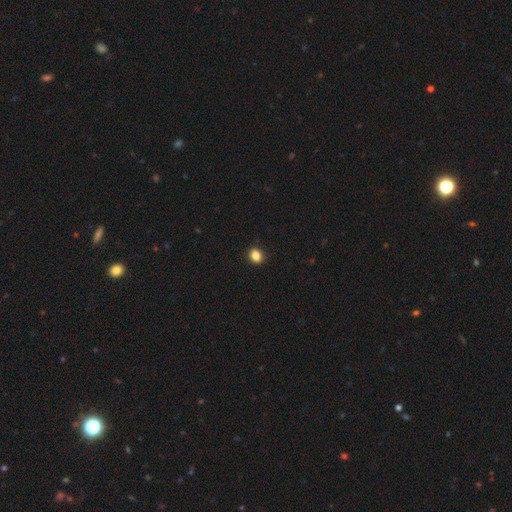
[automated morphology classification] smooth 85%, star or artifact 11%, featured or disk 4%. Down the decision tree: how rounded — round (64%); merging — none (91%).